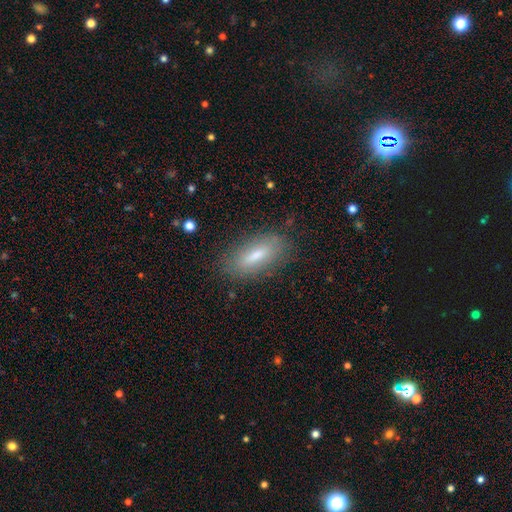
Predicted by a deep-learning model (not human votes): smooth-or-featured: smooth: 68% | featured or disk: 23% | star or artifact: 8%
  how-rounded: in between: 67% | cigar-shaped: 30% | round: 2%
  merging: none: 82% | minor disturbance: 13% | major disturbance: 4% | merger: 1%